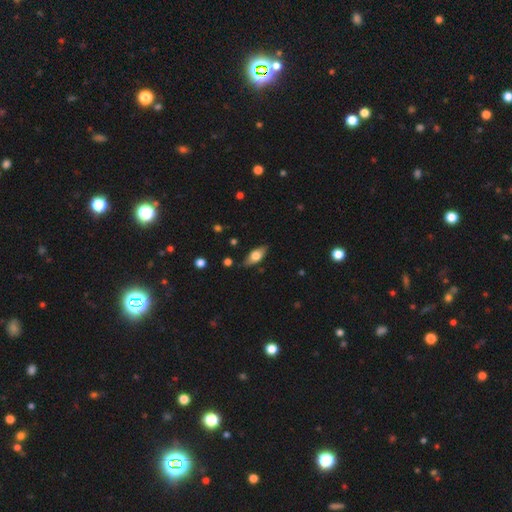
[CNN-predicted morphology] Overall: smooth (61%; featured or disk 32%). How rounded: in between (80%). Merging: none (80%).